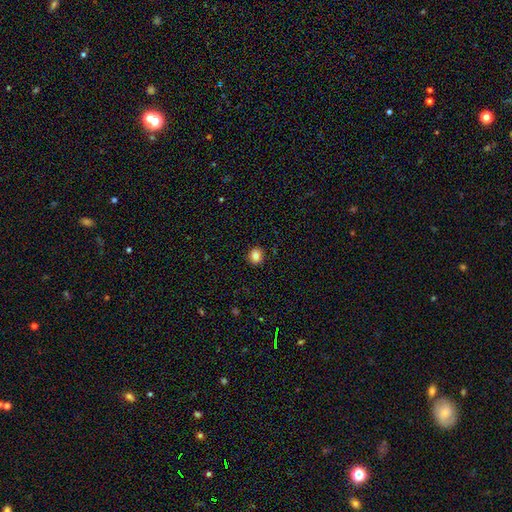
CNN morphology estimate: The model was most divided on "how rounded": round: 82%, in between: 17%, cigar-shaped: 1%. More confident: merging — none (89%); smooth or featured — smooth (83%).